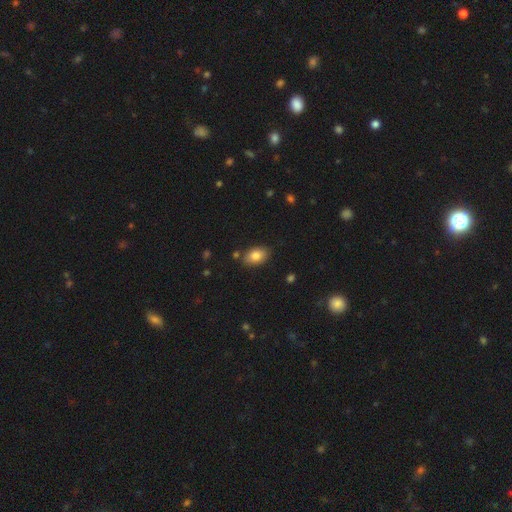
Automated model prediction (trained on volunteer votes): Smooth or featured? smooth (83%)
How rounded? in between (88%)
Merging? none (83%)